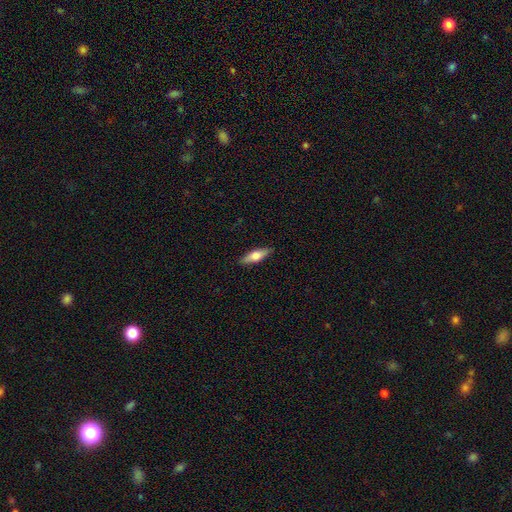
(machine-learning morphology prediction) type=smooth (59%); roundness=cigar-shaped (51%); merging=none (89%).